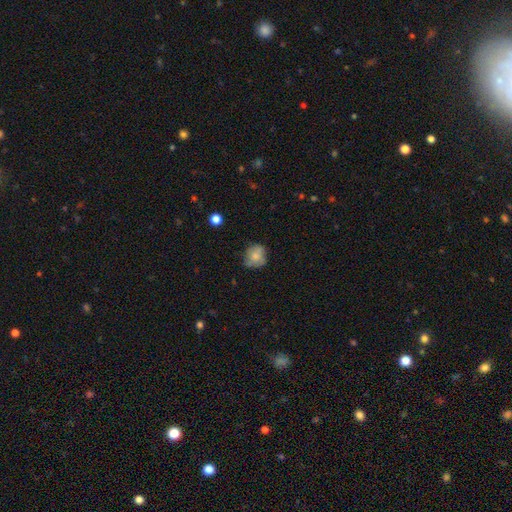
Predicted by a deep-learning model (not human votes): smooth_or_featured: smooth (p=0.71) [alt: featured or disk p=0.20]
how_rounded: round (p=0.80) [alt: in between p=0.19]
merging: none (p=0.63) [alt: minor disturbance p=0.26]